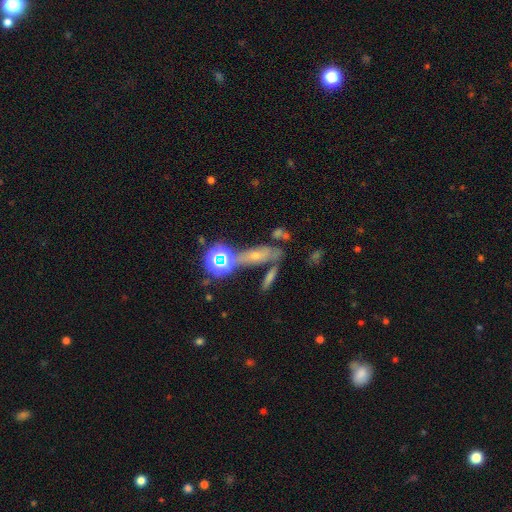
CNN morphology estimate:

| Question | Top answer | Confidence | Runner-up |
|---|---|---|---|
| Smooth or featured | smooth | 38% | featured or disk (32%) |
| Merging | none | 56% | merger (19%) |